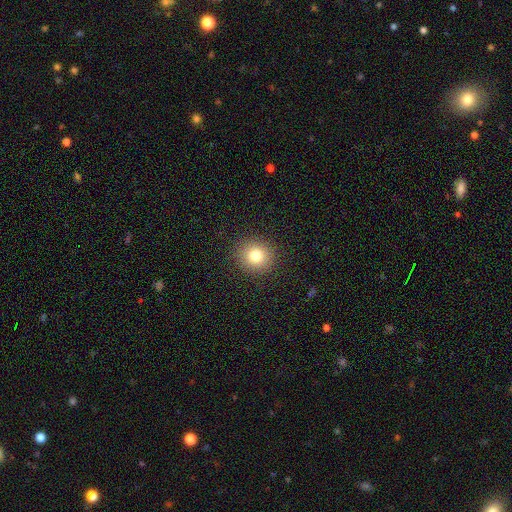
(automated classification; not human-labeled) Smooth or featured? smooth (81%)
How rounded? round (90%)
Merging? none (90%)